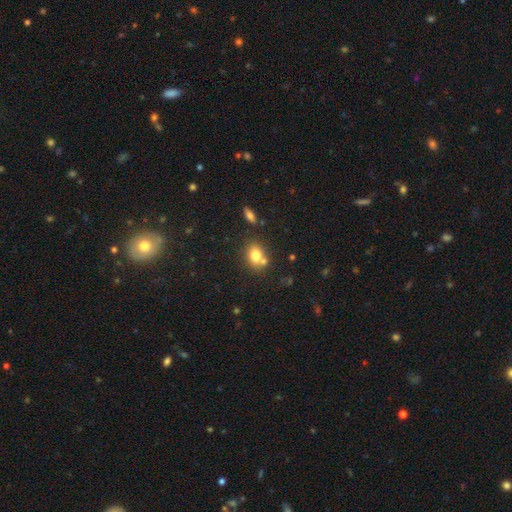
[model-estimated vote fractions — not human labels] A smooth galaxy with no disk features (76%) that is in between round and cigar-shaped (58%). Merging: none (58%).